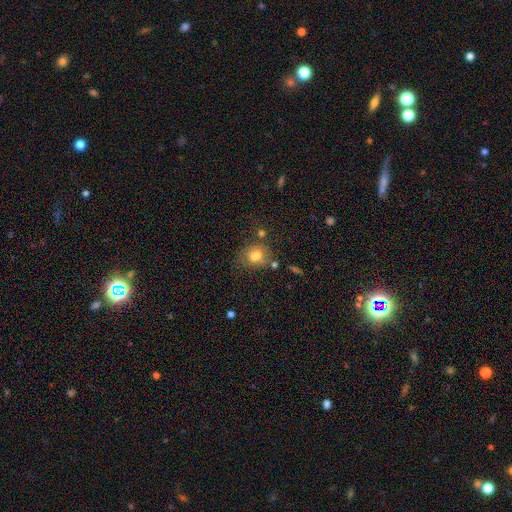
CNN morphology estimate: Smooth or featured? Predicted: smooth (p=0.73). How rounded? Predicted: round (p=0.50). Merging? Predicted: none (p=0.56).